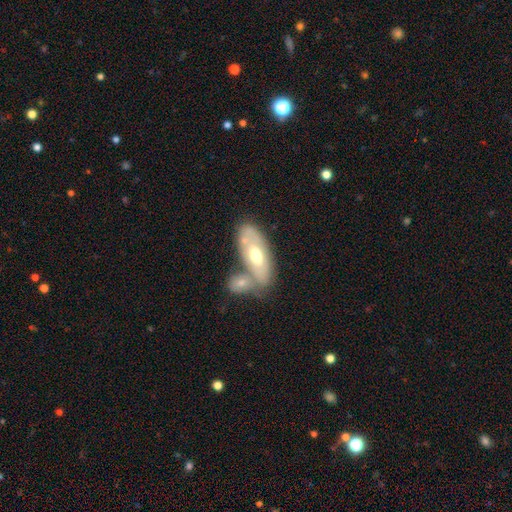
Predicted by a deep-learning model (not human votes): Smooth or featured? Predicted: featured or disk (p=0.50). Merging? Predicted: none (p=0.45).